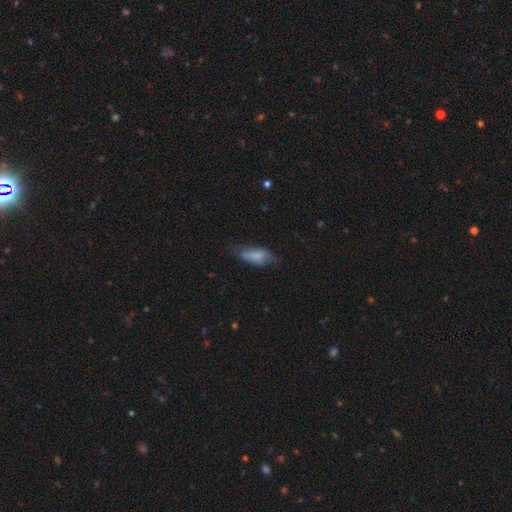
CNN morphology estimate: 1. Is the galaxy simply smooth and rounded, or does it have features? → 73% smooth, 19% featured or disk, 8% star or artifact.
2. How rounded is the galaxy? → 77% in between, 20% cigar-shaped, 3% round.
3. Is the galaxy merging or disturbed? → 43% none, 35% minor disturbance, 16% major disturbance, 6% merger.